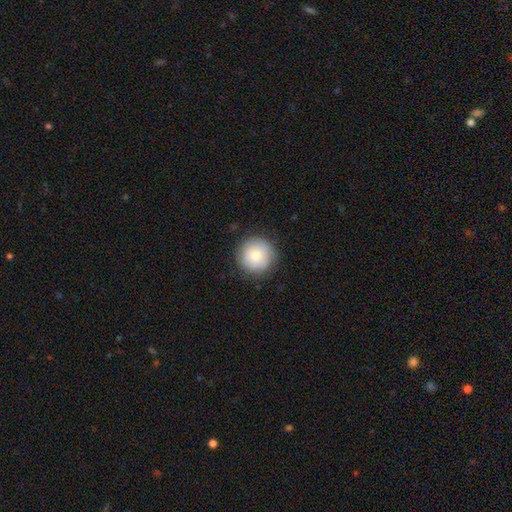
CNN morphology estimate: type=smooth (80%); roundness=round (96%); merging=none (86%).